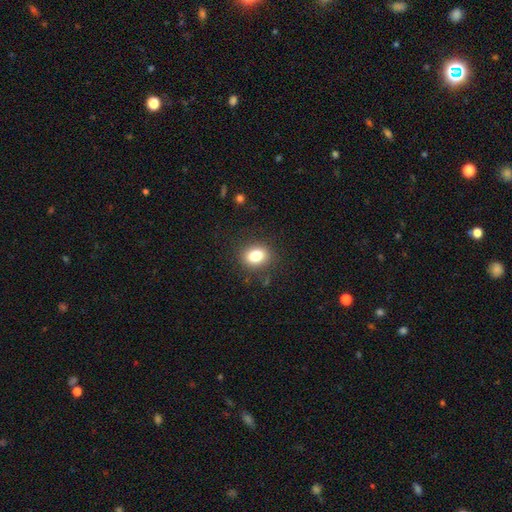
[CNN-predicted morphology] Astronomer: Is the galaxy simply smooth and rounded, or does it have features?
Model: smooth — 82%.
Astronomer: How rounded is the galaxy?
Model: in between — 52% (runner-up: round, 47%).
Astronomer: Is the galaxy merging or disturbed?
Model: none — 86%.